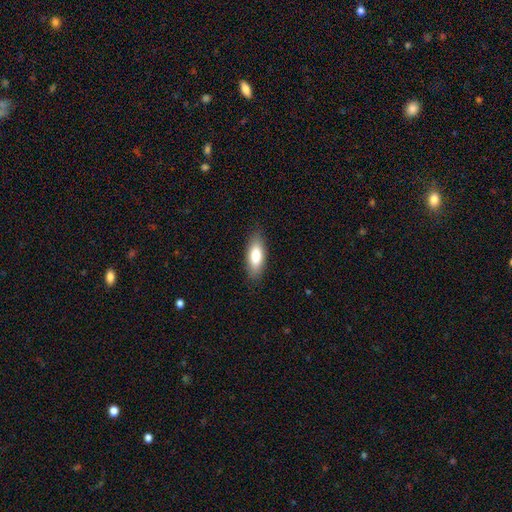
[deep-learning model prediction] Overall: smooth (80%). How rounded: in between (72%). Merging: none (86%).